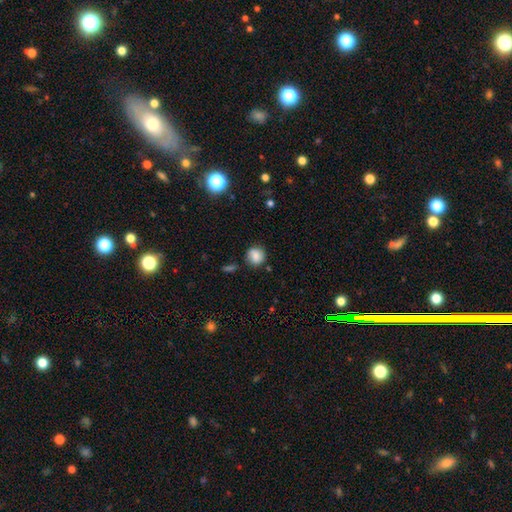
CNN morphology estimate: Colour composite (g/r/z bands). It shows a smooth galaxy with no disk features (82%) that is round (84%). Merging: none (78%).